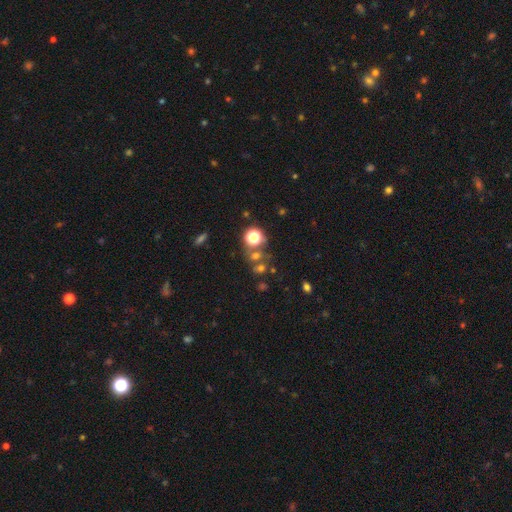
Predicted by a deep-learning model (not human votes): Smooth or featured? Predicted: star or artifact (p=0.52).